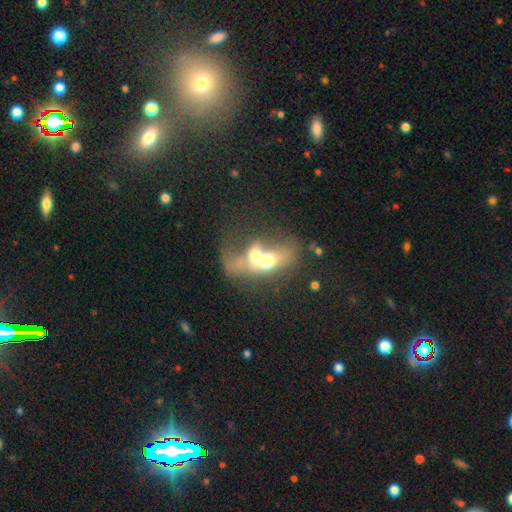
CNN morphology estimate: smooth_or_featured: smooth (p=0.49) [alt: featured or disk p=0.40]
merging: merger (p=0.77) [alt: major disturbance p=0.12]